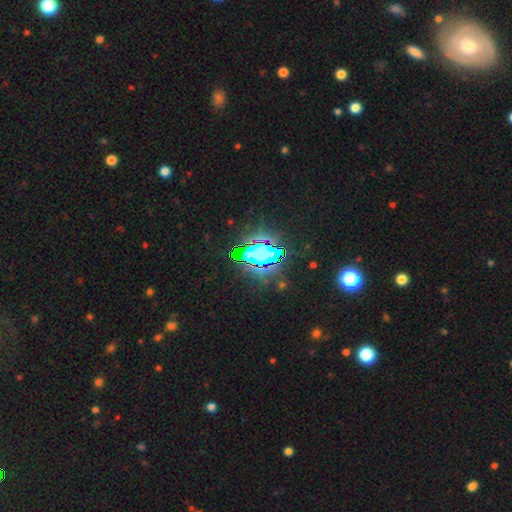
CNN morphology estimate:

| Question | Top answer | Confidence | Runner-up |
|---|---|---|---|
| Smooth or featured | star or artifact | 67% | smooth (20%) |